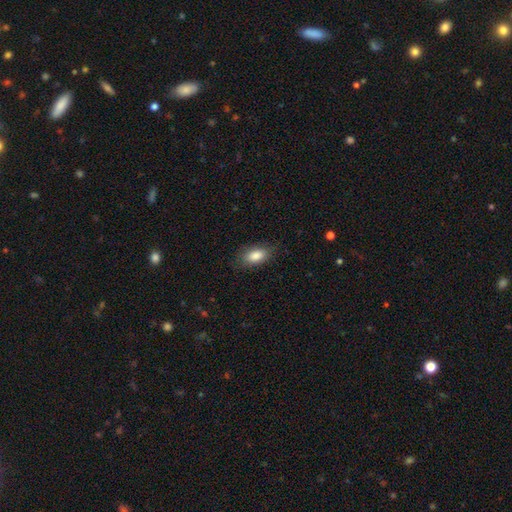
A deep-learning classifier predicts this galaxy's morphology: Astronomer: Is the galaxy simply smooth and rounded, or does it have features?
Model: smooth — 85%.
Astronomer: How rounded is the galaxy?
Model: in between — 90%.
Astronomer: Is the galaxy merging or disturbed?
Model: none — 82%.